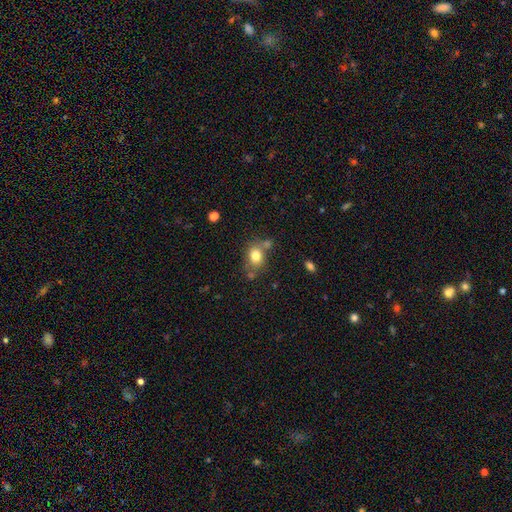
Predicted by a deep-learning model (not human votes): Smooth or featured? smooth (79%)
How rounded? round (52%)
Merging? none (60%)